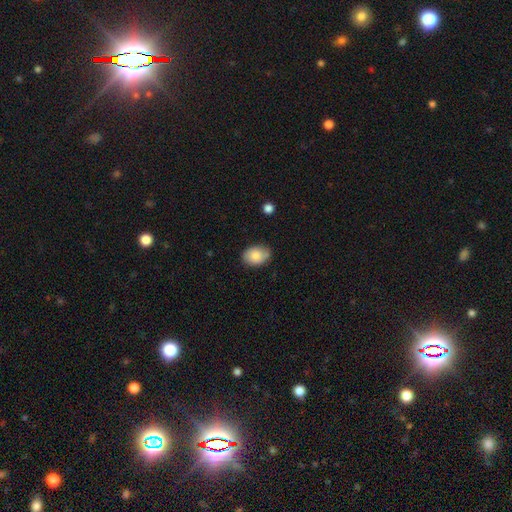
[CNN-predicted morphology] Smooth or featured? Predicted: smooth (p=0.80). How rounded? Predicted: in between (p=0.73). Merging? Predicted: none (p=0.75).